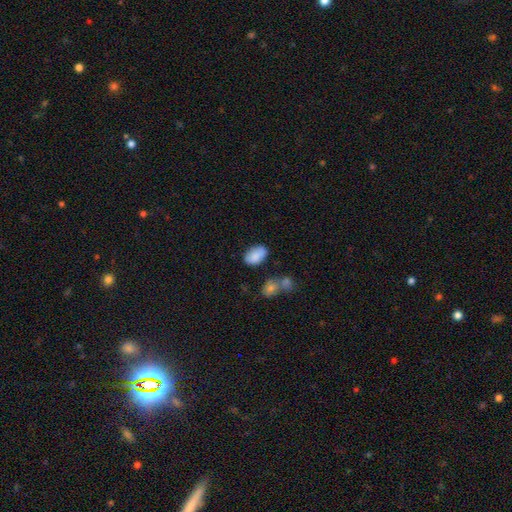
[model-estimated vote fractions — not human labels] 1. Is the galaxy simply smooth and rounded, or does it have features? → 86% smooth, 7% featured or disk, 7% star or artifact.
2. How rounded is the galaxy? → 93% in between, 6% round, 1% cigar-shaped.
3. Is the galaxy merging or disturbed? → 72% none, 18% minor disturbance, 5% merger, 4% major disturbance.